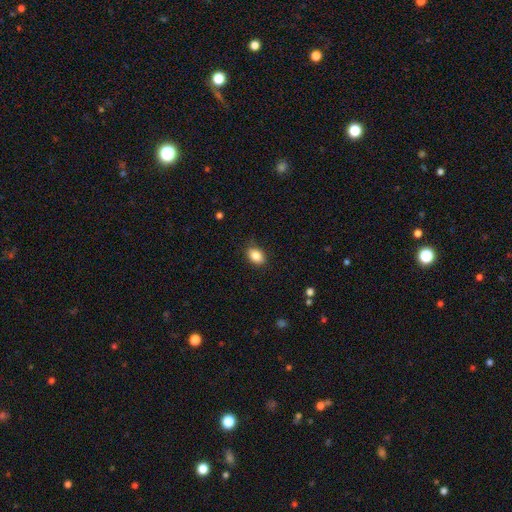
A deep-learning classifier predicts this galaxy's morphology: smooth_or_featured: smooth (p=0.86) [alt: star or artifact p=0.08]
how_rounded: in between (p=0.79) [alt: round p=0.19]
merging: none (p=0.83) [alt: minor disturbance p=0.13]